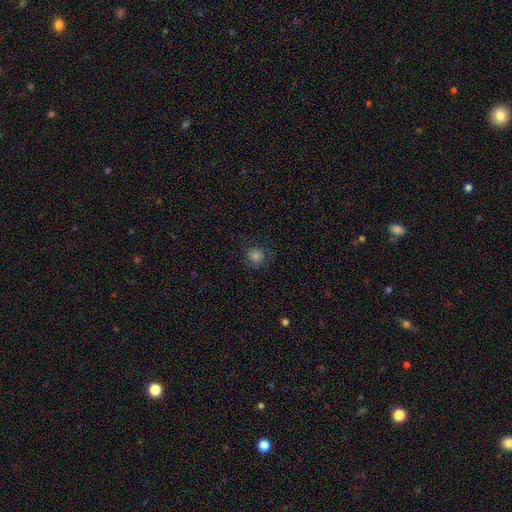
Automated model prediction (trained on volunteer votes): A smooth galaxy with no disk features (72%) that is round (87%). Merging: none (82%).